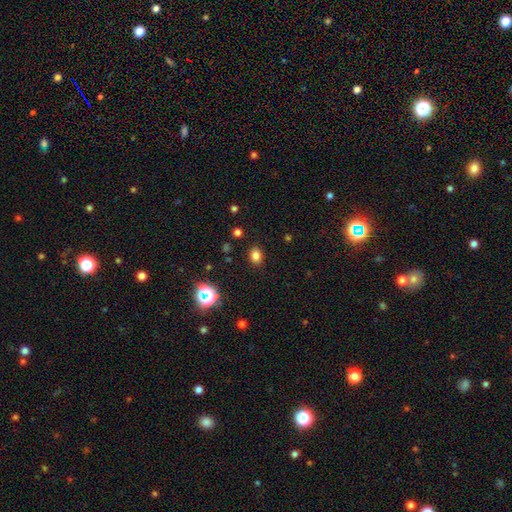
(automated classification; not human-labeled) A smooth galaxy with no disk features (81%) that is in between round and cigar-shaped (61%).

Vote fractions:
- Smooth or featured? smooth: 81% / star or artifact: 14% / featured or disk: 5%
- How rounded? in between: 61% / round: 38% / cigar-shaped: 1%
- Merging? none: 88% / minor disturbance: 8% / major disturbance: 2% / merger: 1%